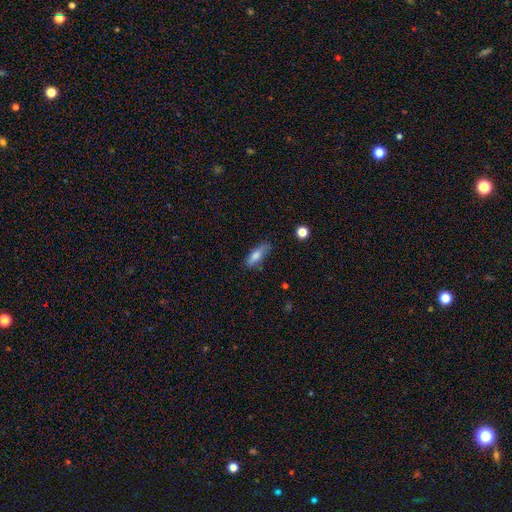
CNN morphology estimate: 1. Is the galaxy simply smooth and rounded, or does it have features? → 75% smooth, 17% featured or disk, 7% star or artifact.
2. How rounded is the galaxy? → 58% in between, 40% cigar-shaped, 3% round.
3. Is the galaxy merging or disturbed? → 63% none, 28% minor disturbance, 7% major disturbance, 2% merger.